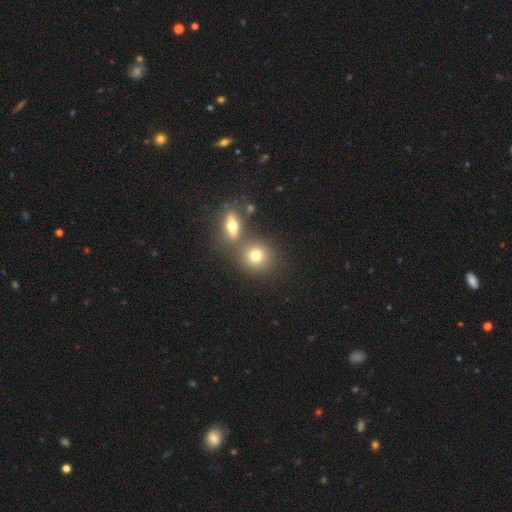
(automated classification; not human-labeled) Smooth or featured: smooth — 76% (featured or disk — 12%)
How rounded: round — 82% (in between — 16%)
Merging: none — 61% (merger — 28%)